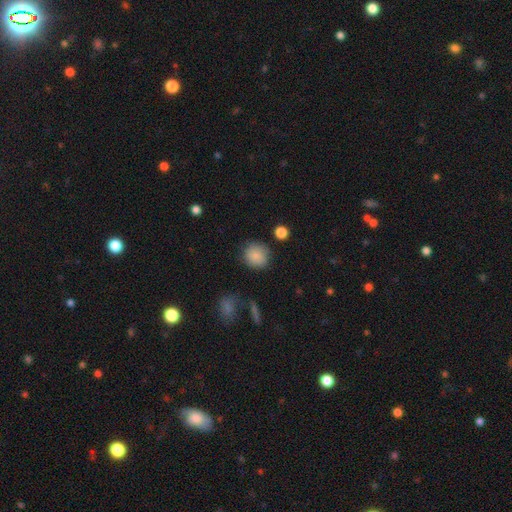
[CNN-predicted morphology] Smooth or featured?
  - smooth: 86% *
  - star or artifact: 8%
  - featured or disk: 6%
How rounded?
  - round: 87% *
  - in between: 12%
  - cigar-shaped: 1%
Merging?
  - none: 81% *
  - minor disturbance: 13%
  - major disturbance: 4%
  - merger: 2%